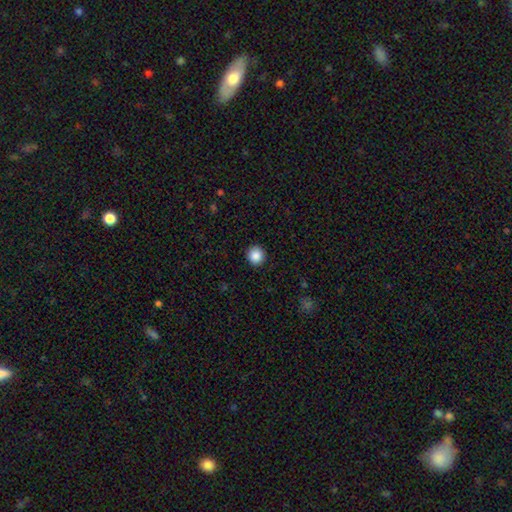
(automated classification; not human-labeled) This appears to be a smooth galaxy with no disk features (88%) that is round (94%). Merging: none (92%).